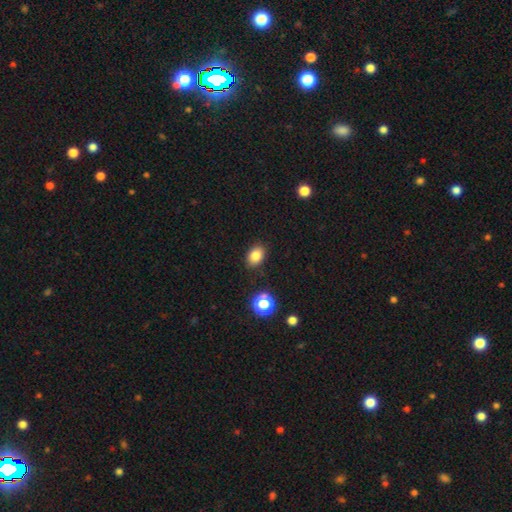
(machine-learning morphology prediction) smooth-or-featured: smooth: 83% | star or artifact: 11% | featured or disk: 6%
  how-rounded: in between: 74% | round: 25% | cigar-shaped: 1%
  merging: none: 87% | minor disturbance: 9% | major disturbance: 2% | merger: 2%